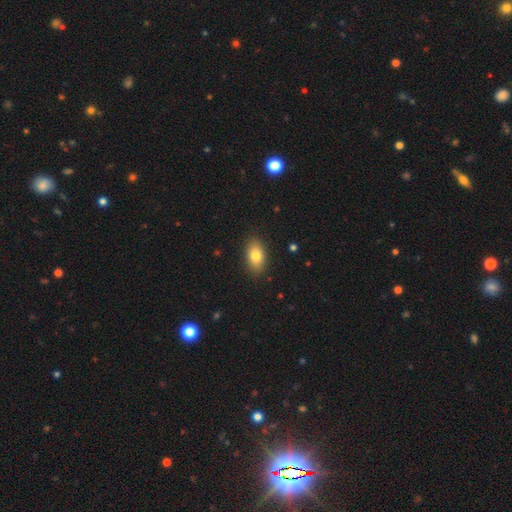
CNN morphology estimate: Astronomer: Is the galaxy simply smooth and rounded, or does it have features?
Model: smooth — 80%.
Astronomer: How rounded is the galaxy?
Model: in between — 88%.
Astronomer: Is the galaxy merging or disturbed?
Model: none — 88%.